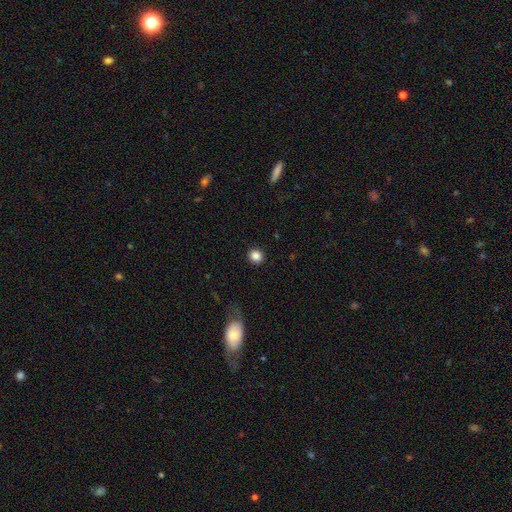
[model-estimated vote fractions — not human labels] Q: Smooth or featured?
A: smooth (85%); runner-up: star or artifact (10%)
Q: How rounded?
A: round (90%); runner-up: in between (9%)
Q: Merging?
A: none (92%); runner-up: minor disturbance (5%)